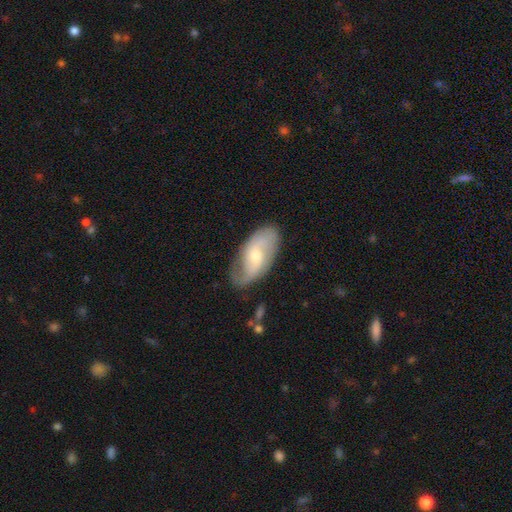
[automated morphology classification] Q: Smooth or featured?
A: featured or disk (66%); runner-up: smooth (28%)
Q: Edge-on disk?
A: no (93%); runner-up: yes (7%)
Q: Bar?
A: no (55%); runner-up: weak (37%)
Q: Spiral arms?
A: yes (86%); runner-up: no (14%)
Q: Spiral winding?
A: medium (39%); runner-up: loose (36%)
Q: Spiral arm count?
A: 2 (70%); runner-up: can't tell (17%)
Q: Bulge size?
A: moderate (51%); runner-up: small (43%)
Q: Merging?
A: none (71%); runner-up: minor disturbance (20%)